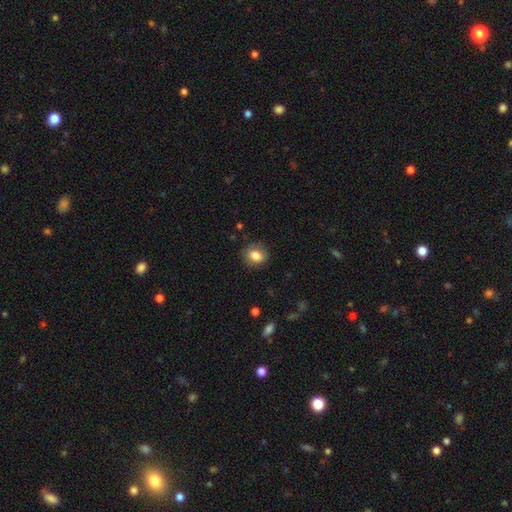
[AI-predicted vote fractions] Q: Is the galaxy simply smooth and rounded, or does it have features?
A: smooth — 82%.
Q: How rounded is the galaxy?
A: in between — 50%.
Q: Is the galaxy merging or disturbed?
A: none — 80%.